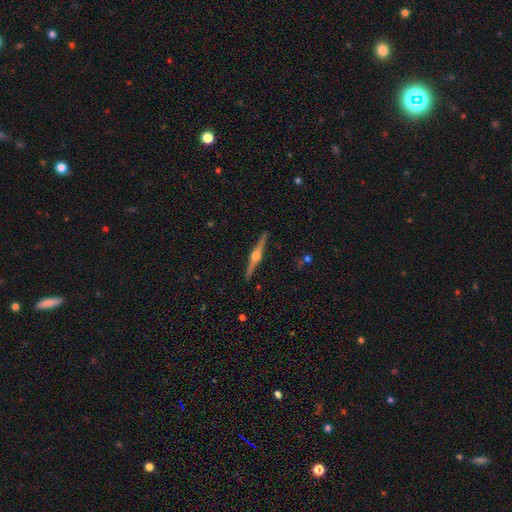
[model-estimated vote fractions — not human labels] smooth-or-featured: featured or disk: 87% | smooth: 8% | star or artifact: 5%
  disk-edge-on: yes: 99% | no: 1%
    edge-on-bulge: rounded: 94% | boxy: 4% | none: 2%
  merging: none: 92% | minor disturbance: 5% | major disturbance: 1% | merger: 1%